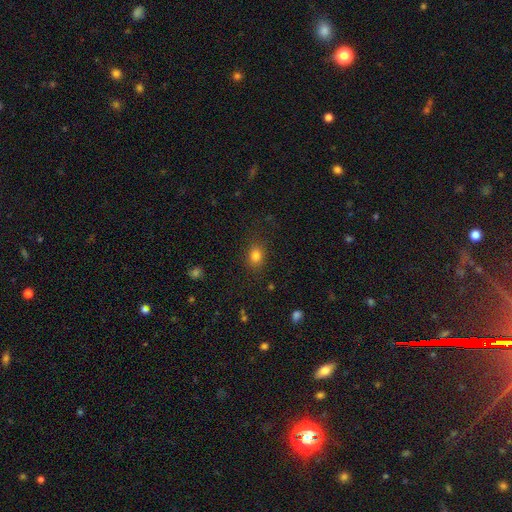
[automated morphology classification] Overall: smooth (82%). How rounded: in between (54%; round 45%). Merging: none (83%).